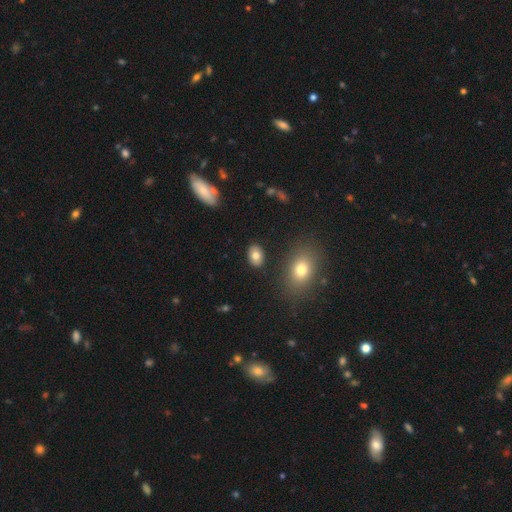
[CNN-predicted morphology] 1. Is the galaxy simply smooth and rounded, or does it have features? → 79% smooth, 12% featured or disk, 9% star or artifact.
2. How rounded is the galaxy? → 82% in between, 16% round, 1% cigar-shaped.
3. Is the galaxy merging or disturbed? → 87% none, 9% minor disturbance, 2% major disturbance, 2% merger.